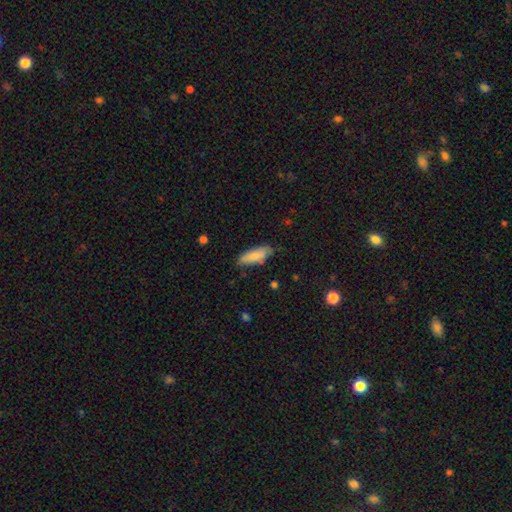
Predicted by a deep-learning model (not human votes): A smooth galaxy with no disk features (81%) that is in between round and cigar-shaped (63%).

Vote fractions:
- Smooth or featured? smooth: 81% / featured or disk: 13% / star or artifact: 6%
- How rounded? in between: 63% / cigar-shaped: 36% / round: 2%
- Merging? none: 72% / minor disturbance: 22% / major disturbance: 4% / merger: 2%